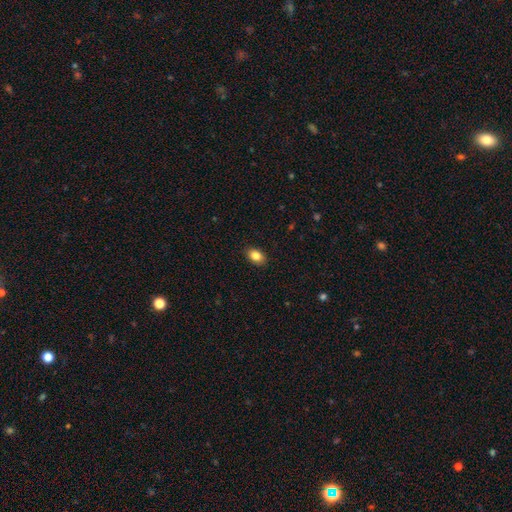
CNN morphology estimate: Smooth or featured? Predicted: smooth (p=0.85). How rounded? Predicted: in between (p=0.83). Merging? Predicted: none (p=0.89).